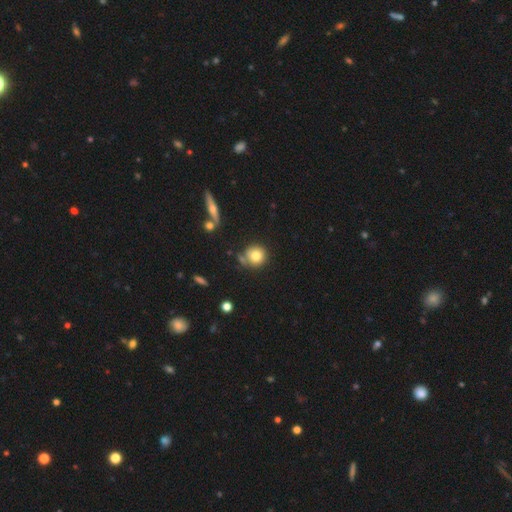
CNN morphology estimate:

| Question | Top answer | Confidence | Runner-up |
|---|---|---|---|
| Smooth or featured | smooth | 78% | featured or disk (12%) |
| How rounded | round | 91% | in between (8%) |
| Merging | none | 69% | minor disturbance (15%) |